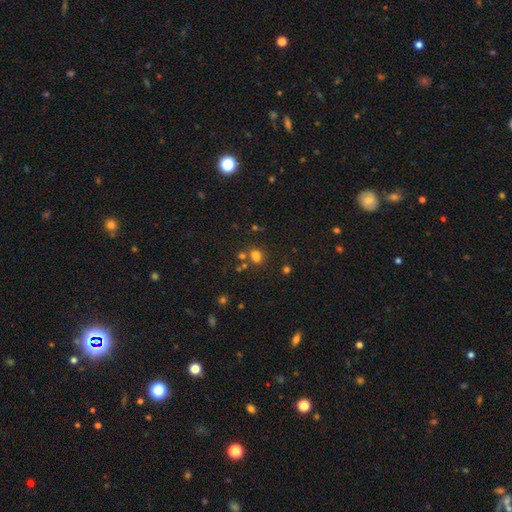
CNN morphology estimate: Q: Smooth or featured?
A: smooth (69%); runner-up: star or artifact (23%)
Q: How rounded?
A: round (53%); runner-up: in between (46%)
Q: Merging?
A: none (58%); runner-up: merger (24%)